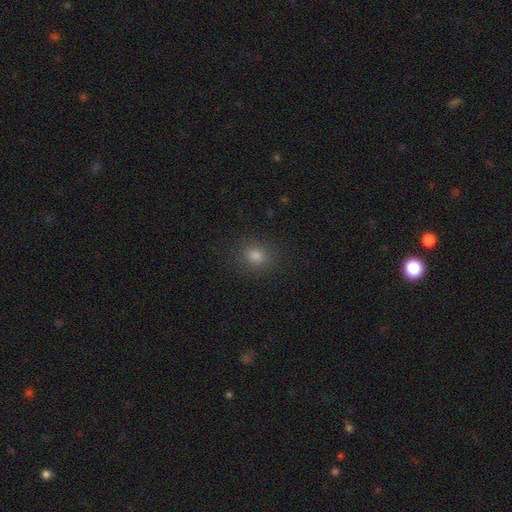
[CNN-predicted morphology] Overall: smooth (78%). How rounded: round (66%; in between 33%). Merging: none (87%).